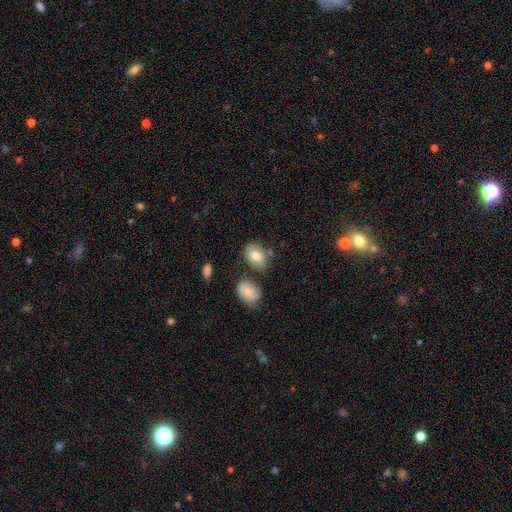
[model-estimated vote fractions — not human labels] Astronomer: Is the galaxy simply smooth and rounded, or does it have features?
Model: smooth — 76%.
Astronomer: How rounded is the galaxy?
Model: in between — 76%.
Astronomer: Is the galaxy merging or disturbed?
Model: none — 65%.